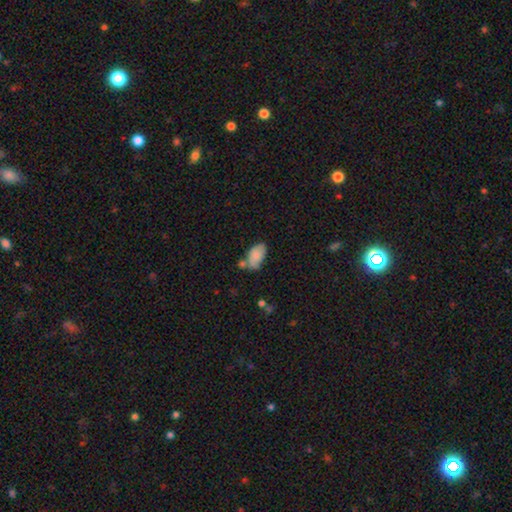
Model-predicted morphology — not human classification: This is clearly a smooth galaxy (80%). How rounded: clearly in between (94%). Merging: marginally none (44%).